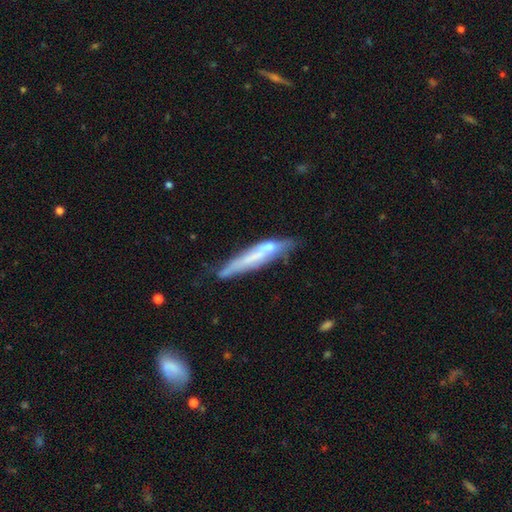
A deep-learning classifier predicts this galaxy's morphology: smooth-or-featured: featured or disk: 51% | smooth: 41% | star or artifact: 8%
  disk-edge-on: yes: 70% | no: 30%
  merging: none: 48% | minor disturbance: 28% | major disturbance: 14% | merger: 10%